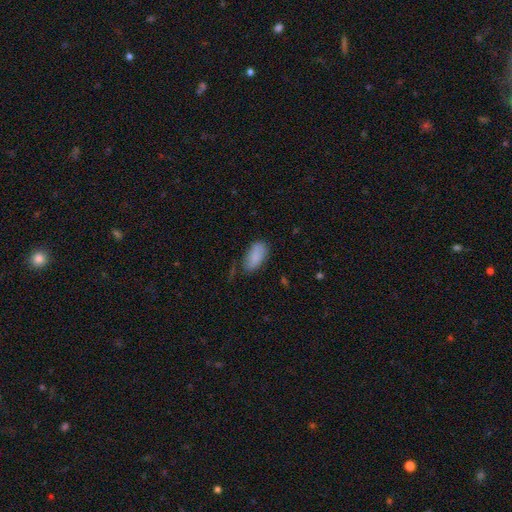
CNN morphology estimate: Smooth or featured? Predicted: smooth (p=0.85). How rounded? Predicted: in between (p=0.93). Merging? Predicted: none (p=0.60).